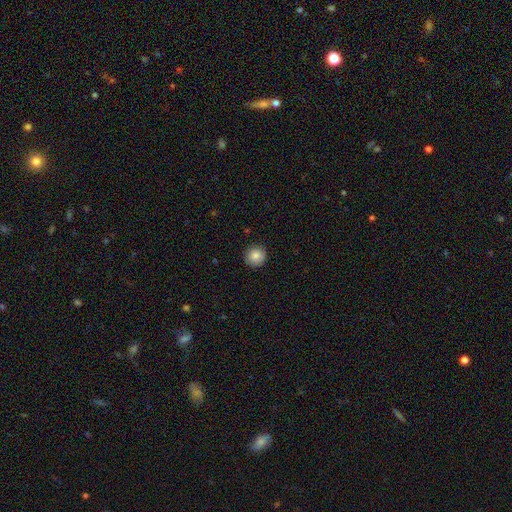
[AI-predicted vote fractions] A smooth galaxy with no disk features (85%) that is round (95%). Merging: none (89%).